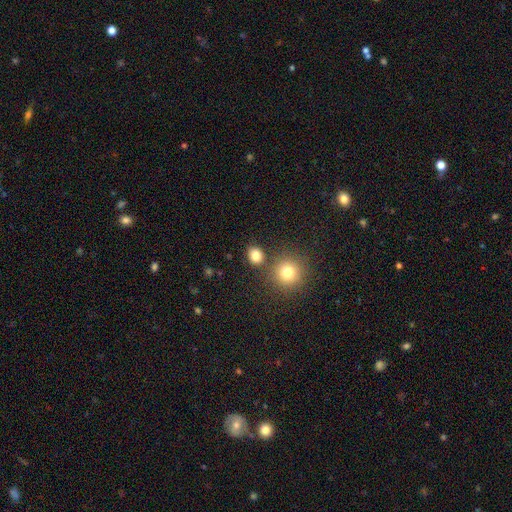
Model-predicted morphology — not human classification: Overall: smooth (81%). How rounded: round (67%; in between 32%). Merging: none (77%).